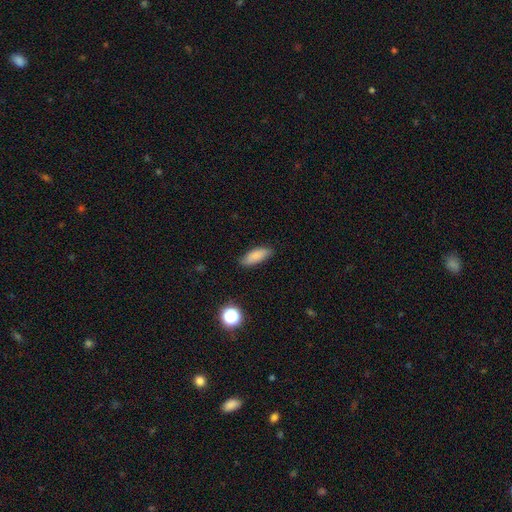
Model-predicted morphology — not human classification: Smooth or featured?
  - smooth: 85% *
  - star or artifact: 8%
  - featured or disk: 7%
How rounded?
  - in between: 70% *
  - cigar-shaped: 27%
  - round: 3%
Merging?
  - none: 83% *
  - minor disturbance: 13%
  - major disturbance: 3%
  - merger: 1%